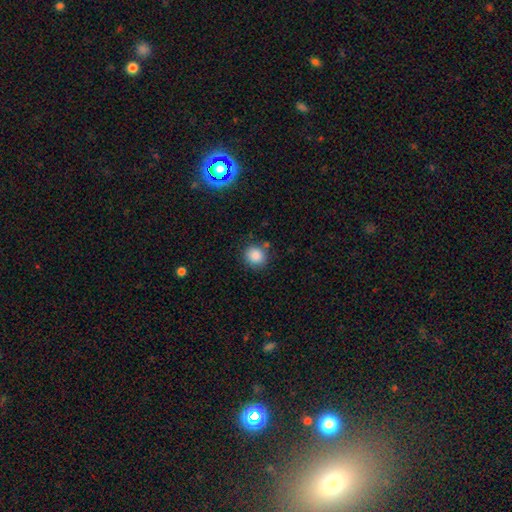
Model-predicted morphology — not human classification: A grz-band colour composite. It shows a smooth galaxy with no disk features (86%) that is round (85%). Merging: none (80%).